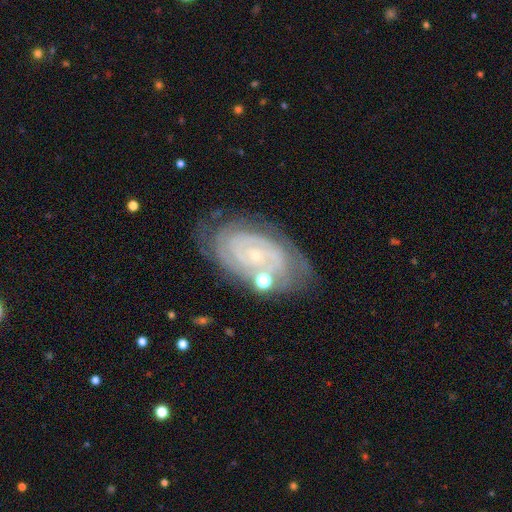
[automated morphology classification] Smooth or featured? featured or disk (85%)
Edge-on disk? no (96%)
Bar? no (71%)
Spiral arms? yes (96%)
Spiral winding? tight (82%)
Spiral arm count? 2 (32%)
Bulge size? small (83%)
Merging? none (70%)